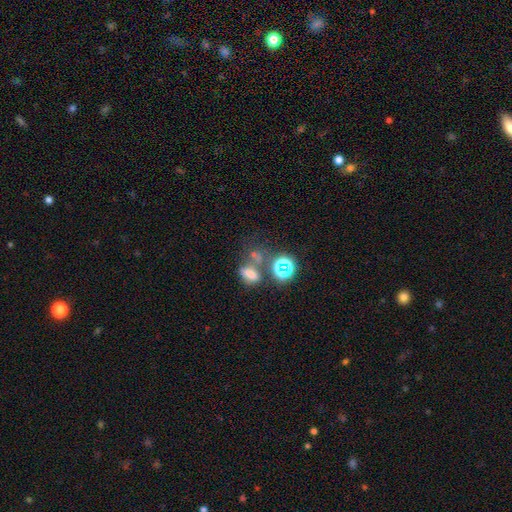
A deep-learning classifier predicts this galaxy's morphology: A smooth galaxy with no disk features (44%). Merging: none (40%).